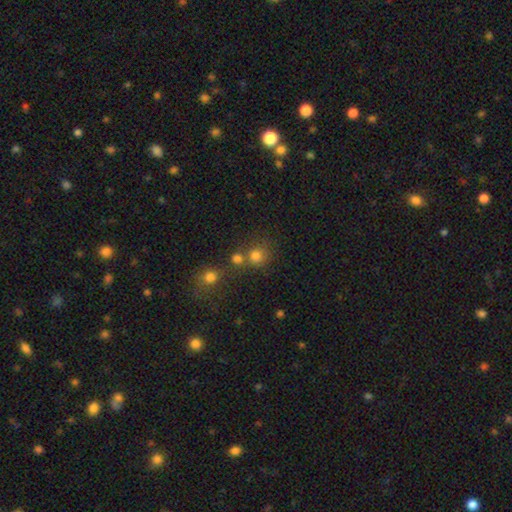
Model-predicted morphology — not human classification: smooth_or_featured: smooth (p=0.76) [alt: star or artifact p=0.17]
how_rounded: round (p=0.88) [alt: in between p=0.11]
merging: none (p=0.58) [alt: merger p=0.29]